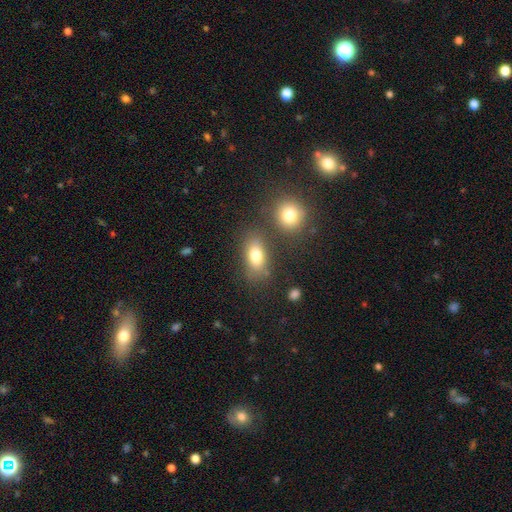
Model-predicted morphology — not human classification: Q: Smooth or featured?
A: smooth (78%); runner-up: featured or disk (12%)
Q: How rounded?
A: in between (81%); runner-up: round (13%)
Q: Merging?
A: none (69%); runner-up: minor disturbance (13%)